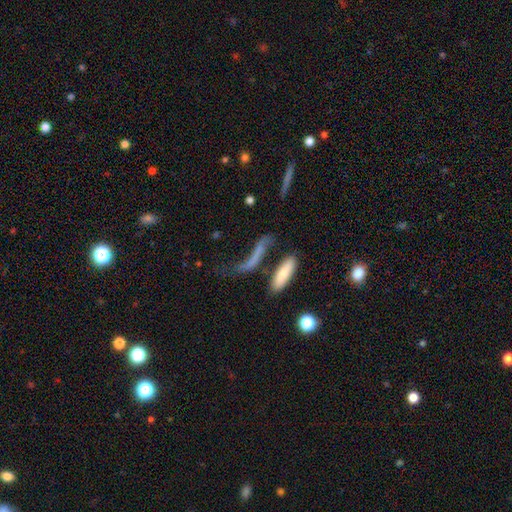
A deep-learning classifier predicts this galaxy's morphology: smooth-or-featured: smooth: 49% | featured or disk: 38% | star or artifact: 13%
  merging: none: 37% | major disturbance: 26% | merger: 21% | minor disturbance: 16%